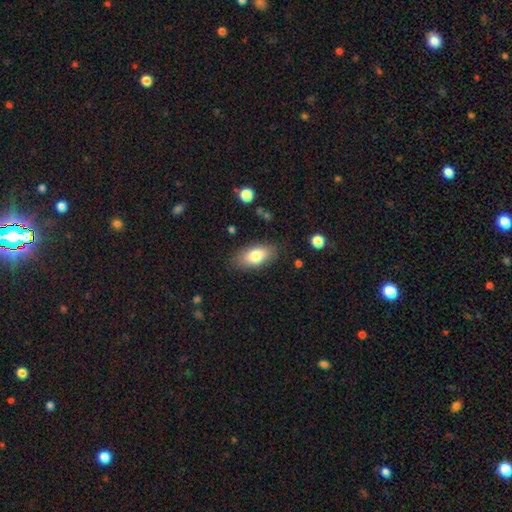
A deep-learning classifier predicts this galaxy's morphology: This appears to be a smooth galaxy with no disk features (79%) that is in between round and cigar-shaped (88%). Merging: none (83%).